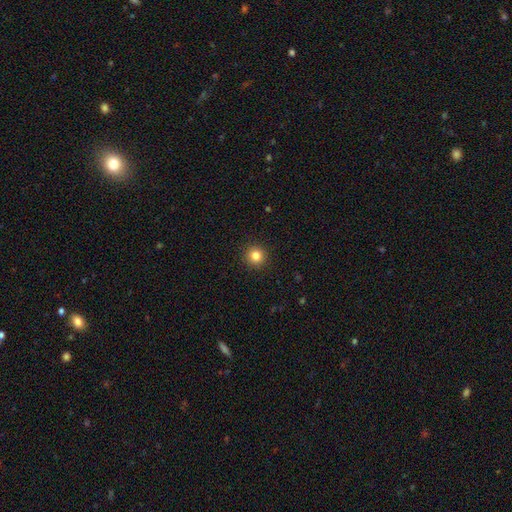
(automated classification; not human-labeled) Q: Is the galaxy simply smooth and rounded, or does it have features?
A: smooth — 82%.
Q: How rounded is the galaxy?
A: round — 95%.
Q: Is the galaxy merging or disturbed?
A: none — 93%.